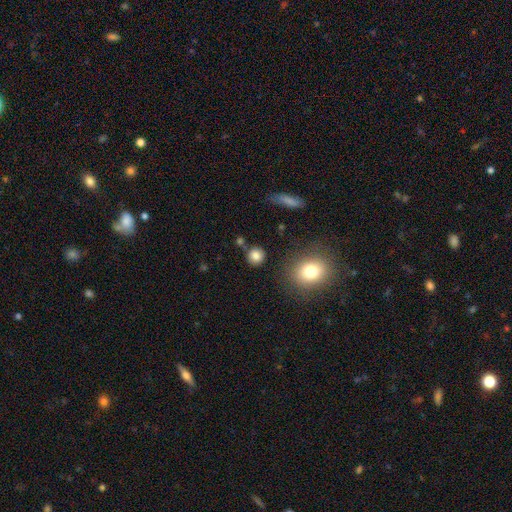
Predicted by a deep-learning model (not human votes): Smooth or featured? smooth (83%)
How rounded? round (87%)
Merging? none (82%)